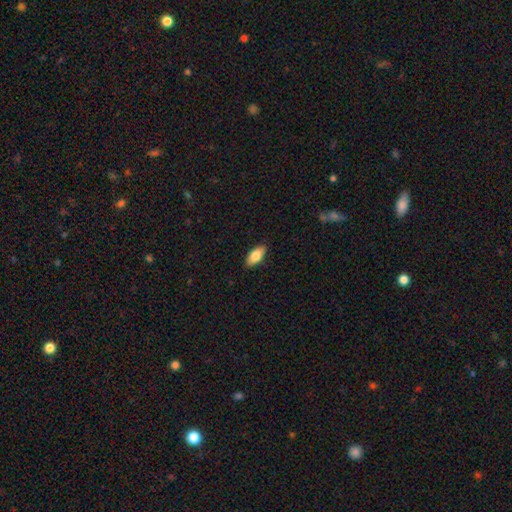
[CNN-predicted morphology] smooth 78%, featured or disk 15%, star or artifact 6%. Down the decision tree: how rounded — in between (87%); merging — none (88%).